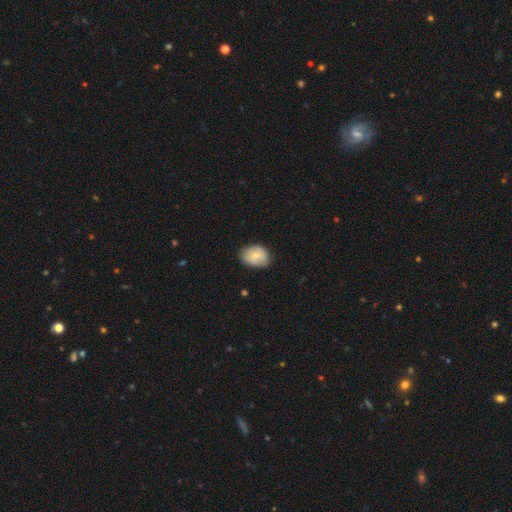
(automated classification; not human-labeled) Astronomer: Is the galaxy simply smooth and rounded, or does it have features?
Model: smooth — 72%.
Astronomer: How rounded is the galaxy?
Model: in between — 71%.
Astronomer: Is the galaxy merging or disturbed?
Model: none — 74%.